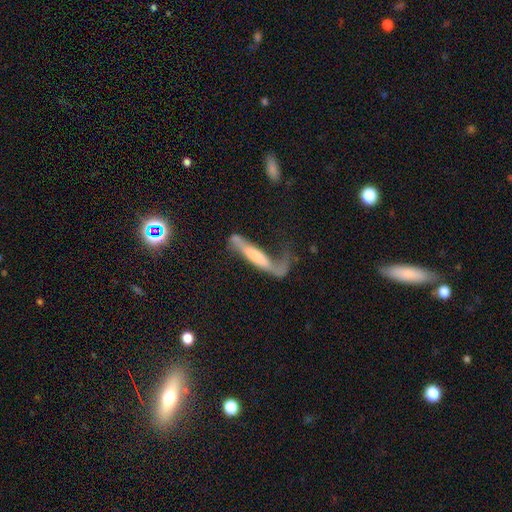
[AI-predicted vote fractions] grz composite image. It shows a featured or disk galaxy (51%) viewed edge-on (58%). Merging: major disturbance (43%).